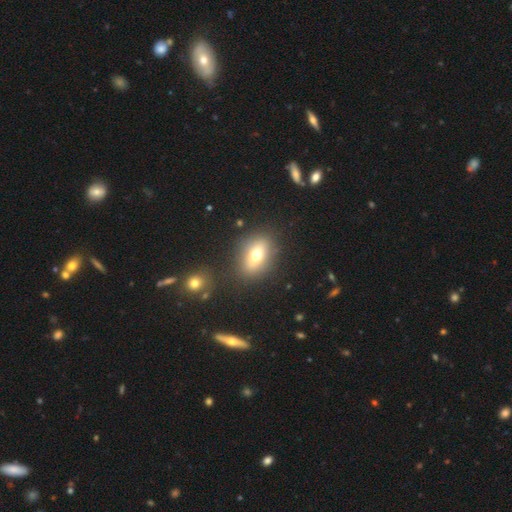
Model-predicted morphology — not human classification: Smooth or featured? smooth (63%)
How rounded? in between (67%)
Merging? none (82%)